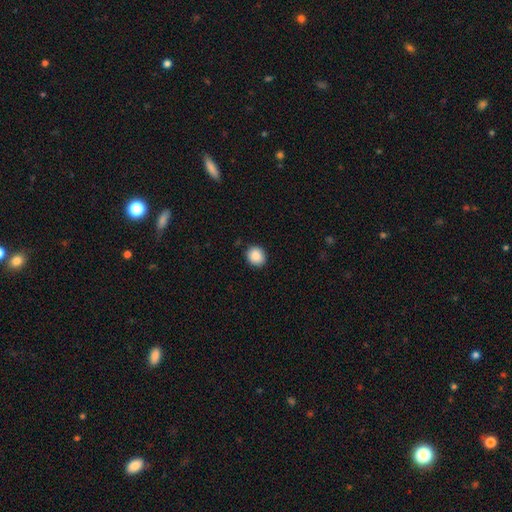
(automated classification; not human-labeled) A smooth galaxy with no disk features (89%) that is round (77%).

Vote fractions:
- Smooth or featured? smooth: 89% / star or artifact: 8% / featured or disk: 3%
- How rounded? round: 77% / in between: 22% / cigar-shaped: 1%
- Merging? none: 89% / minor disturbance: 8% / major disturbance: 2% / merger: 1%